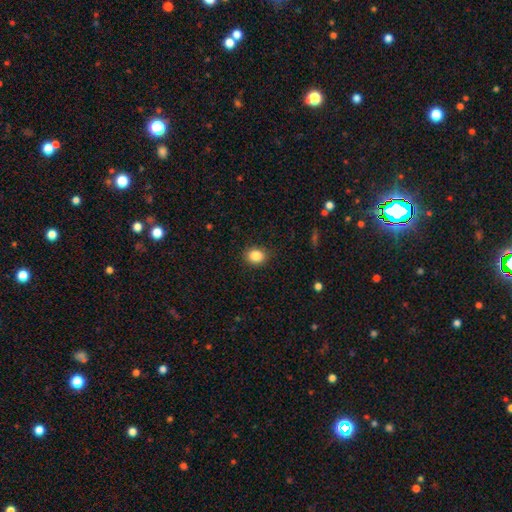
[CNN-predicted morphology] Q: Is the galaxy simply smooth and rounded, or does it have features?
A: smooth — 86%.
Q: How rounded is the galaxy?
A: round — 61%.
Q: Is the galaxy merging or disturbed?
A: none — 87%.